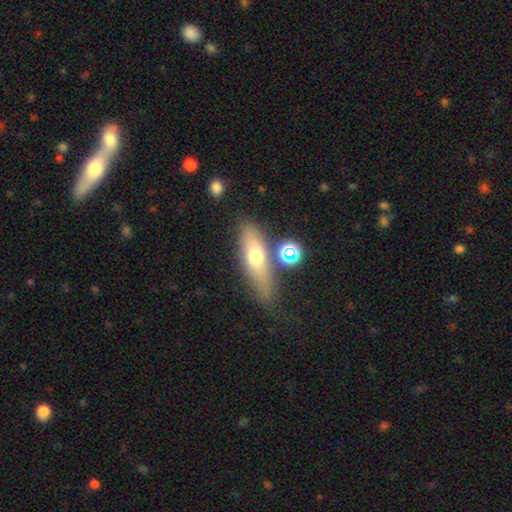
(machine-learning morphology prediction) Smooth or featured?
  - smooth: 58% *
  - featured or disk: 31%
  - star or artifact: 11%
How rounded?
  - cigar-shaped: 49% *
  - in between: 45%
  - round: 6%
Merging?
  - none: 69% *
  - minor disturbance: 17%
  - merger: 8%
  - major disturbance: 6%